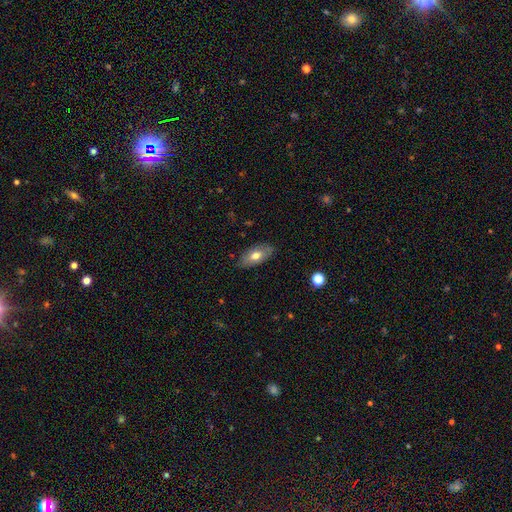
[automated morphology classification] Smooth or featured: smooth — 66% (featured or disk — 27%)
How rounded: in between — 90% (cigar-shaped — 7%)
Merging: none — 84% (minor disturbance — 13%)